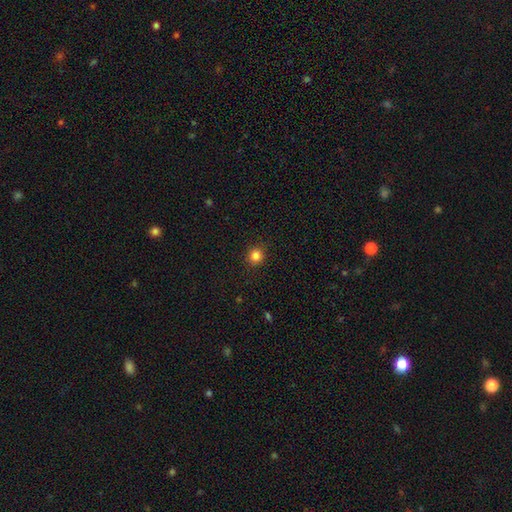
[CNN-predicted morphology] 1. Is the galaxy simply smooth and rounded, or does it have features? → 84% smooth, 12% star or artifact, 4% featured or disk.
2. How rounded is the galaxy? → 91% round, 8% in between, 1% cigar-shaped.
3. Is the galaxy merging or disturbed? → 91% none, 6% minor disturbance, 2% major disturbance, 1% merger.